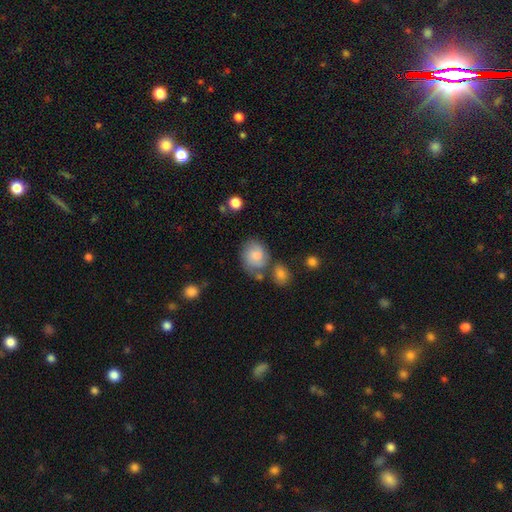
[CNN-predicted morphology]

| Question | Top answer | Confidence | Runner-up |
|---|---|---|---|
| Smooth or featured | smooth | 74% | featured or disk (18%) |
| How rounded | round | 62% | in between (37%) |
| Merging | none | 57% | minor disturbance (21%) |